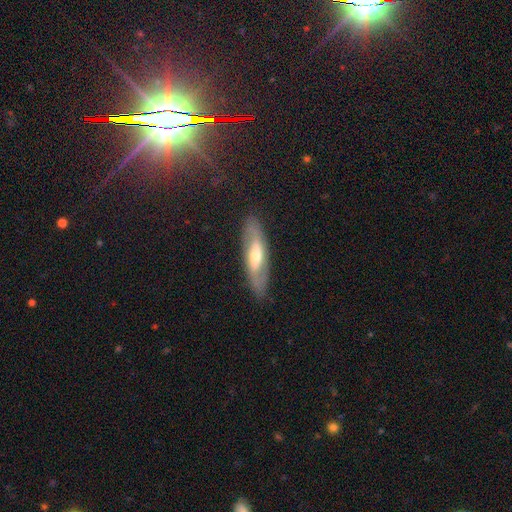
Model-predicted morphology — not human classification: smooth-or-featured: featured or disk: 60% | smooth: 32% | star or artifact: 7%
  disk-edge-on: no: 62% | yes: 38%
  merging: none: 85% | minor disturbance: 11% | major disturbance: 3% | merger: 1%